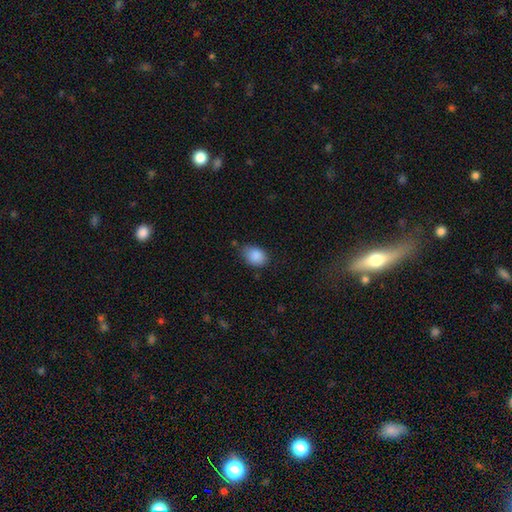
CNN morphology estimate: smooth-or-featured: smooth: 88% | star or artifact: 8% | featured or disk: 4%
  how-rounded: in between: 73% | round: 26% | cigar-shaped: 1%
  merging: none: 66% | minor disturbance: 27% | major disturbance: 5% | merger: 3%